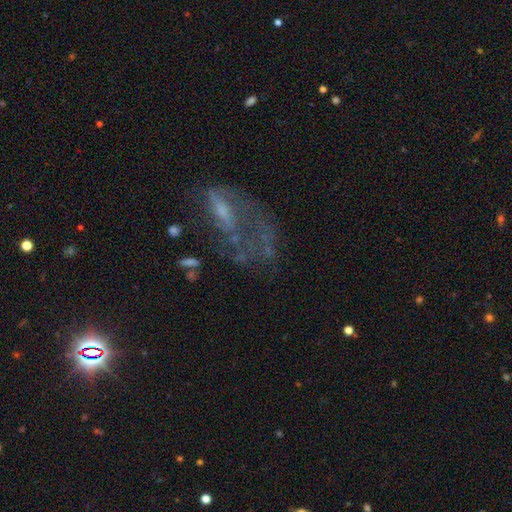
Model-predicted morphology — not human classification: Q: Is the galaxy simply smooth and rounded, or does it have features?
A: featured or disk — 56%.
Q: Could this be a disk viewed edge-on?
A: no — 92%.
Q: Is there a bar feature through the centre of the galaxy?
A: no — 70%.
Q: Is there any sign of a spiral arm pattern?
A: no — 69%.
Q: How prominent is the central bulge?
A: small — 40%.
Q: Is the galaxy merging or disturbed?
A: major disturbance — 49%.